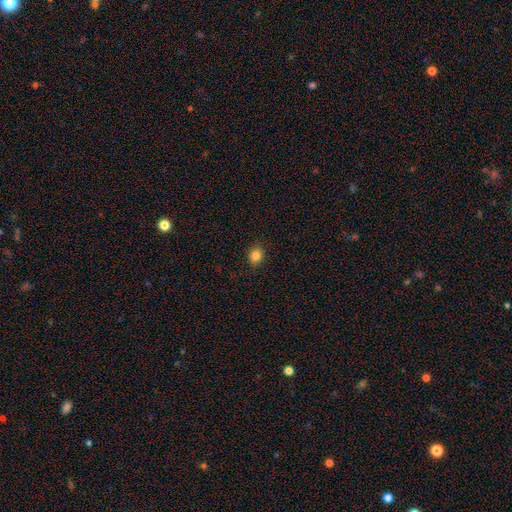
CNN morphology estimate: A smooth galaxy with no disk features (83%) that is round (71%).

Vote fractions:
- Smooth or featured? smooth: 83% / star or artifact: 12% / featured or disk: 5%
- How rounded? round: 71% / in between: 28% / cigar-shaped: 1%
- Merging? none: 90% / minor disturbance: 8% / major disturbance: 2% / merger: 1%